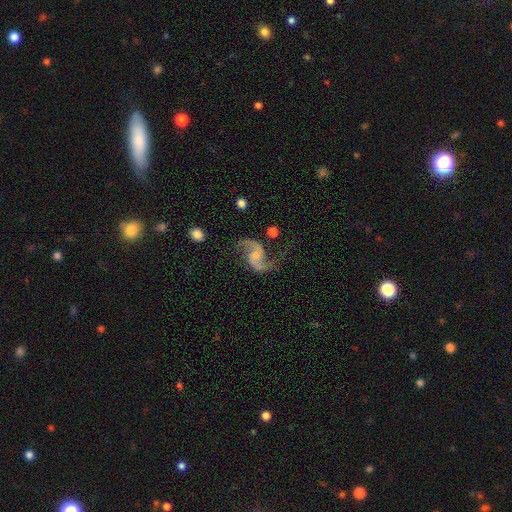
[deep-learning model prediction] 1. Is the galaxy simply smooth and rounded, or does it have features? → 91% featured or disk, 5% star or artifact, 4% smooth.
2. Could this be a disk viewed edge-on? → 98% no, 2% yes.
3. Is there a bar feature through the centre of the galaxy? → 50% no, 40% weak, 10% strong.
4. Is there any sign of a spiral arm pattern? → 98% yes, 2% no.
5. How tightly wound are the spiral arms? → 70% loose, 26% medium, 4% tight.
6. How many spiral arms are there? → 94% 2, 2% 1, 1% can't tell, 1% 3, 1% 4, 1% more than 4.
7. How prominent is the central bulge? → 37% none, 34% small, 23% moderate, 5% large, 2% dominant.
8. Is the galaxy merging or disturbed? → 69% none, 16% minor disturbance, 11% major disturbance, 3% merger.